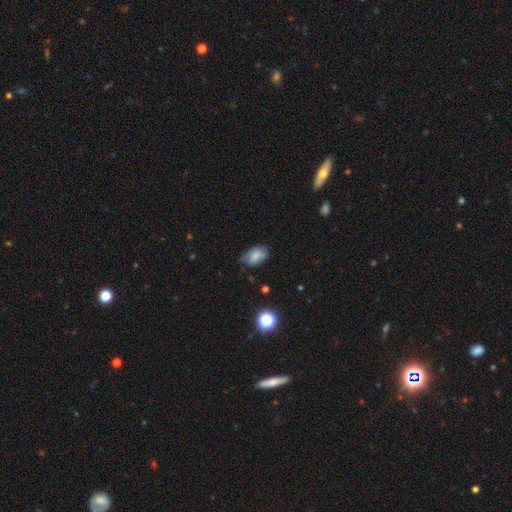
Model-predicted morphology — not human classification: Smooth or featured? Predicted: smooth (p=0.70). How rounded? Predicted: in between (p=0.89). Merging? Predicted: none (p=0.58).